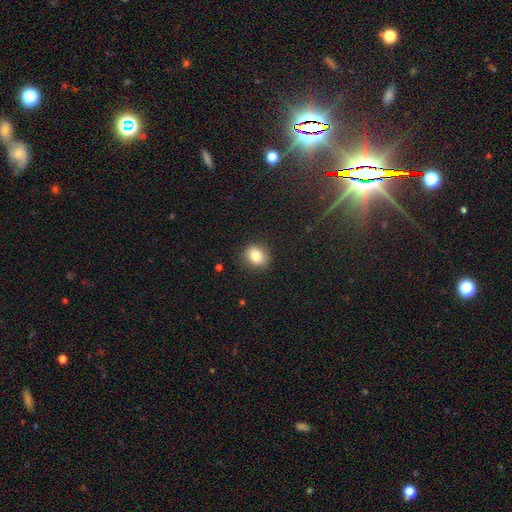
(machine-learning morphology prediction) smooth 83%, star or artifact 10%, featured or disk 7%. Down the decision tree: how rounded — round (59%); merging — none (86%).